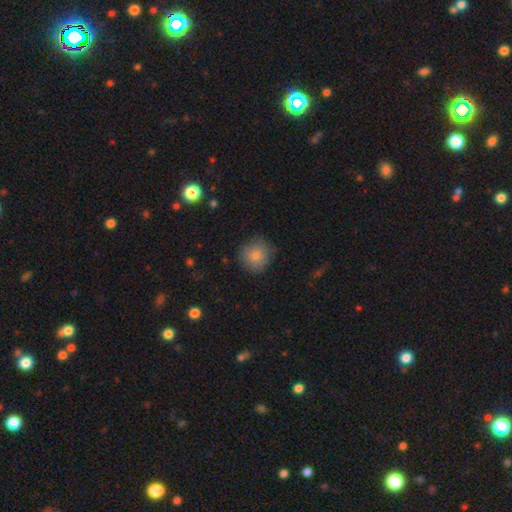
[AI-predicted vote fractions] Smooth or featured: smooth — 78% (star or artifact — 11%)
How rounded: round — 92% (in between — 7%)
Merging: none — 83% (minor disturbance — 13%)